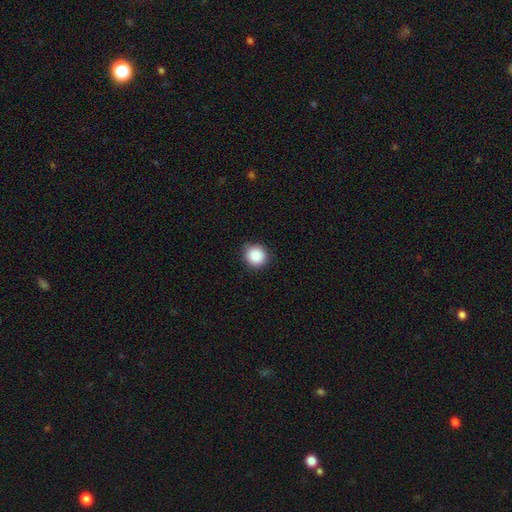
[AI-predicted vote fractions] Overall: smooth (89%). How rounded: round (90%). Merging: none (87%).